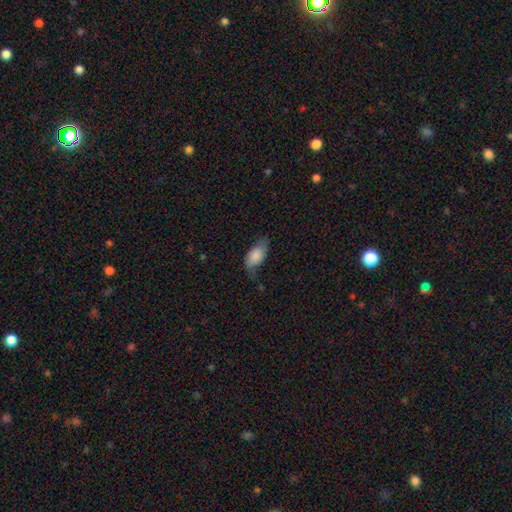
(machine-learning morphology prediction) This appears to be a smooth galaxy with no disk features (78%) that is in between round and cigar-shaped (92%). Merging: none (54%).